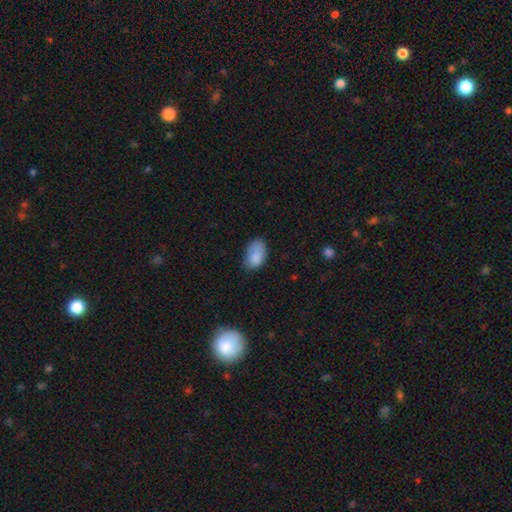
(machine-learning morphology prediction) smooth-or-featured: smooth: 83% | featured or disk: 9% | star or artifact: 8%
  how-rounded: in between: 91% | round: 7% | cigar-shaped: 1%
  merging: none: 54% | minor disturbance: 32% | major disturbance: 11% | merger: 3%